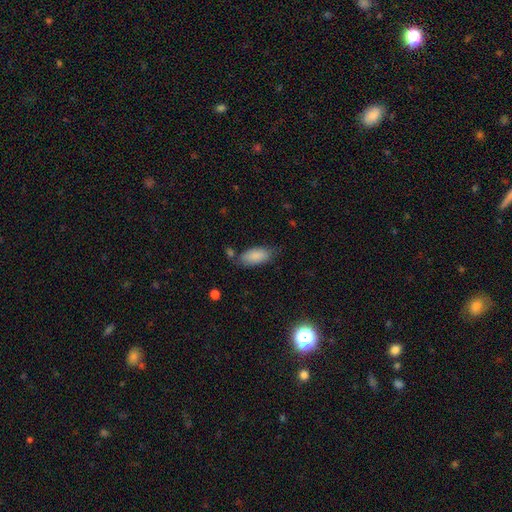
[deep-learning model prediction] A smooth galaxy with no disk features (87%) that is in between round and cigar-shaped (90%).

Vote fractions:
- Smooth or featured? smooth: 87% / star or artifact: 7% / featured or disk: 6%
- How rounded? in between: 90% / cigar-shaped: 8% / round: 2%
- Merging? none: 67% / minor disturbance: 22% / merger: 6% / major disturbance: 5%